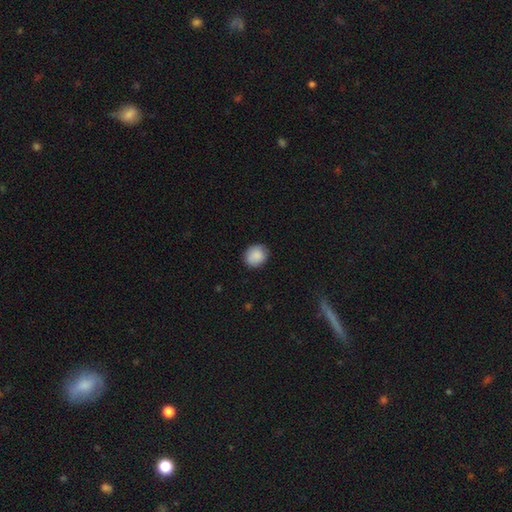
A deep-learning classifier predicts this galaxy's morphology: smooth_or_featured: smooth (p=0.89) [alt: star or artifact p=0.07]
how_rounded: round (p=0.73) [alt: in between p=0.26]
merging: none (p=0.86) [alt: minor disturbance p=0.11]